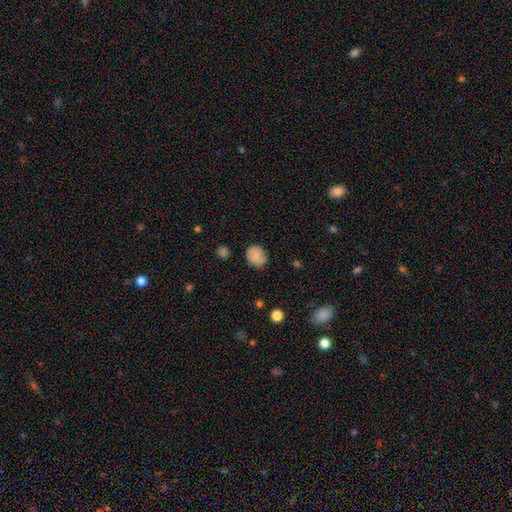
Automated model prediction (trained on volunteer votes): Overall: smooth (81%). How rounded: round (64%; in between 35%). Merging: none (76%).